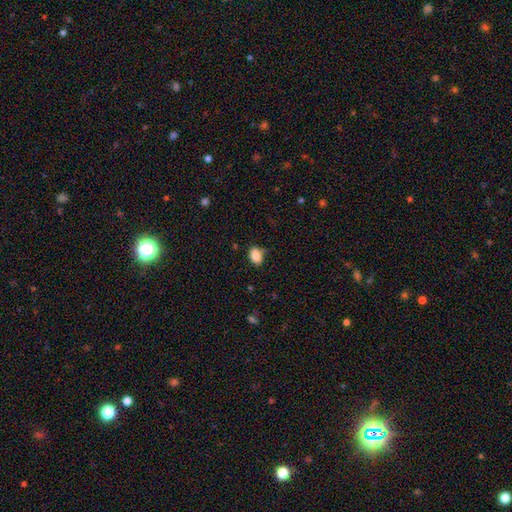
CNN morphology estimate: type=smooth (86%); roundness=in between (76%); merging=none (67%).